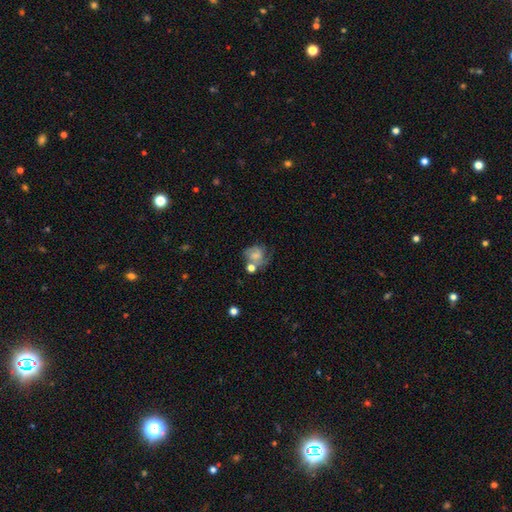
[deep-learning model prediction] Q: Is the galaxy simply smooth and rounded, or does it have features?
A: featured or disk — 48%.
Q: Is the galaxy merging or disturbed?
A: none — 40%.